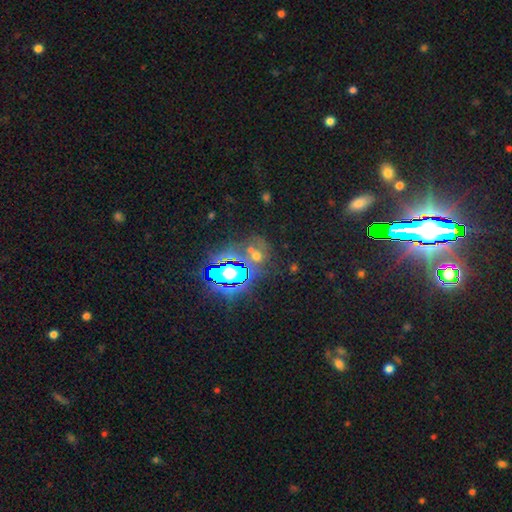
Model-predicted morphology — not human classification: A star or artifact, not a galaxy (51%).

Vote fractions:
- Smooth or featured? star or artifact: 51% / smooth: 34% / featured or disk: 15%